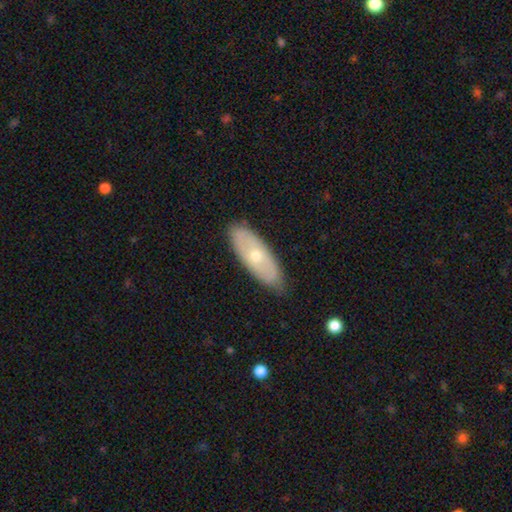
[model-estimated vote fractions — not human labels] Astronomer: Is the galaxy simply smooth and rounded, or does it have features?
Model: featured or disk — 49% (runner-up: smooth, 45%).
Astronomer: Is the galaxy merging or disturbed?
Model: none — 82%.